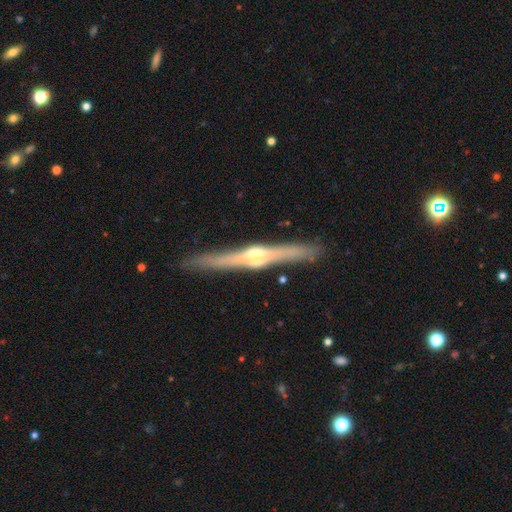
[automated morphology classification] Overall: featured or disk (80%). Edge-on disk: yes (97%). Edge-on bulge: rounded (86%). Merging: none (88%).